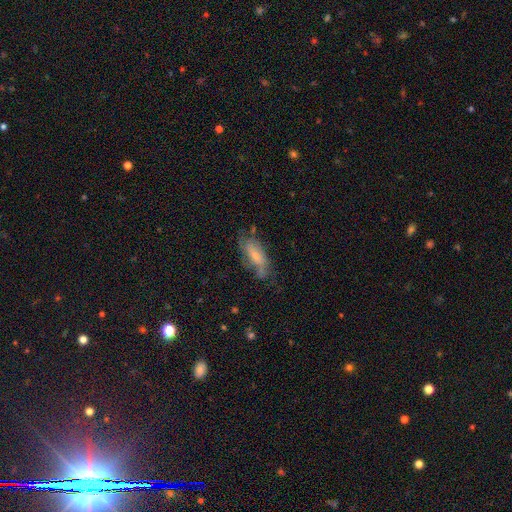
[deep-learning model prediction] A smooth galaxy with no disk features (55%) that is in between round and cigar-shaped (71%). Merging: none (48%).